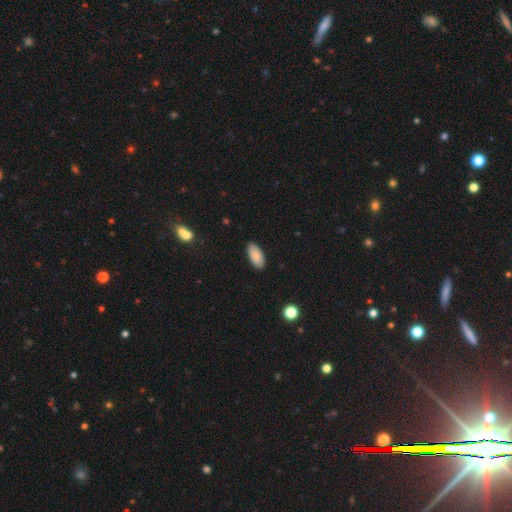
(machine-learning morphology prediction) smooth_or_featured: smooth (p=0.87) [alt: featured or disk p=0.07]
how_rounded: in between (p=0.92) [alt: cigar-shaped p=0.07]
merging: none (p=0.87) [alt: minor disturbance p=0.10]